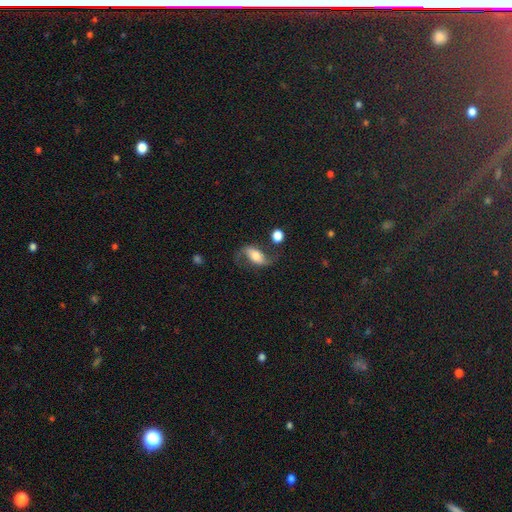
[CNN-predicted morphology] The model was most divided on "bar": no: 40%, weak: 34%, strong: 27%. Remaining: edge-on disk — no (93%); spiral arms — yes (91%); spiral arm count — 2 (91%); spiral winding — loose (77%); smooth or featured — featured or disk (66%); merging — none (62%); bulge size — moderate (48%).